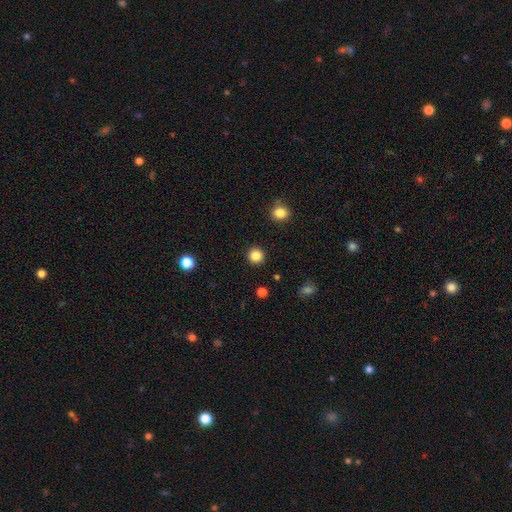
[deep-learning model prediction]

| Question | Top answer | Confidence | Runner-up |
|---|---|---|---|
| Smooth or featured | smooth | 85% | star or artifact (11%) |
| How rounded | round | 95% | in between (4%) |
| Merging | none | 93% | minor disturbance (5%) |